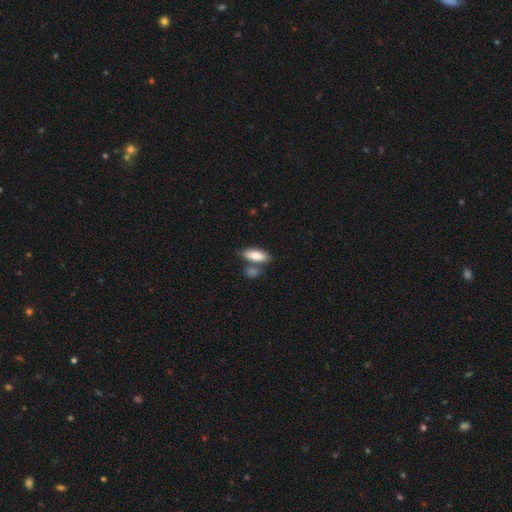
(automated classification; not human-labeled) This appears to be a smooth galaxy with no disk features (81%) that is in between round and cigar-shaped (79%). Merging: none (60%).